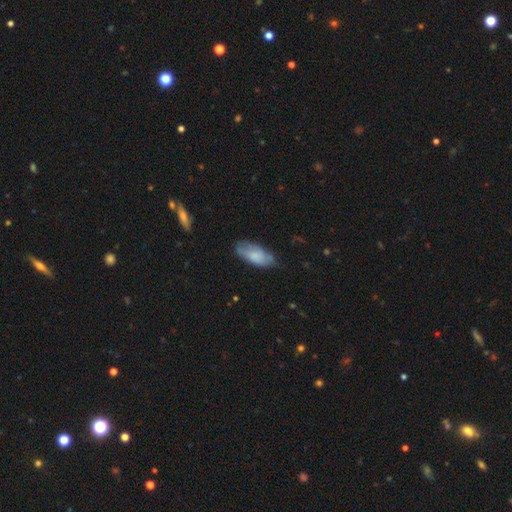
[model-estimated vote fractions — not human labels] smooth_or_featured: smooth (p=0.73) [alt: featured or disk p=0.20]
how_rounded: in between (p=0.85) [alt: cigar-shaped p=0.13]
merging: none (p=0.59) [alt: minor disturbance p=0.31]